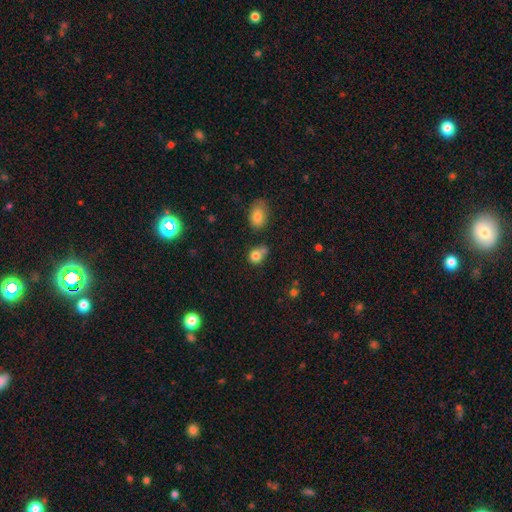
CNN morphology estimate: This is likely a smooth galaxy (80%). How rounded: likely round (63%). Merging: marginally none (44%).